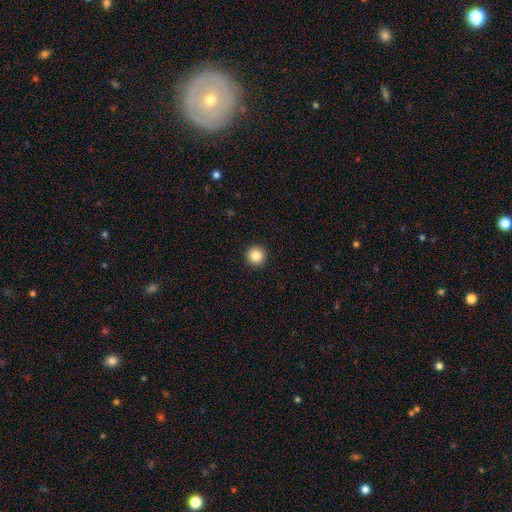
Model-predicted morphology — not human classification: smooth-or-featured: smooth: 86% | star or artifact: 10% | featured or disk: 4%
  how-rounded: round: 96% | in between: 3% | cigar-shaped: 1%
  merging: none: 94% | minor disturbance: 4% | major disturbance: 1% | merger: 1%